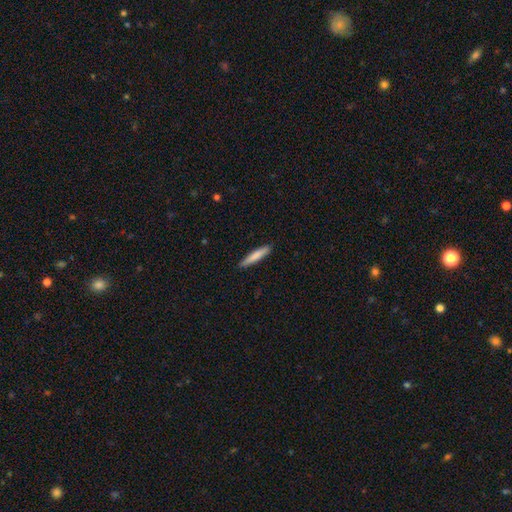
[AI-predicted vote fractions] Q: Smooth or featured?
A: smooth (78%); runner-up: featured or disk (17%)
Q: How rounded?
A: cigar-shaped (91%); runner-up: in between (8%)
Q: Merging?
A: none (89%); runner-up: minor disturbance (8%)